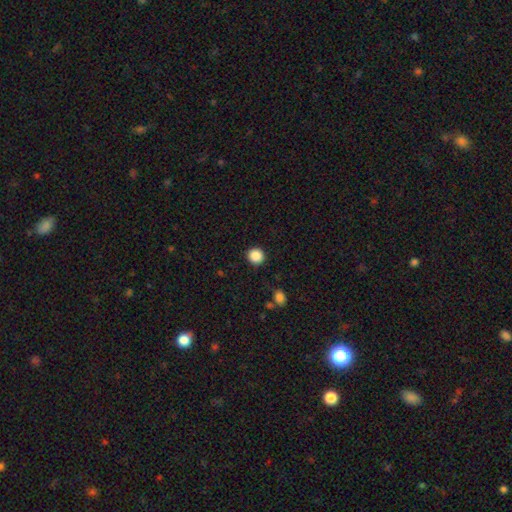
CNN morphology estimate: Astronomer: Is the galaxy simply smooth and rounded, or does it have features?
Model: smooth — 88%.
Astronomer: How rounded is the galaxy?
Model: round — 94%.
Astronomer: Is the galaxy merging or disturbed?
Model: none — 91%.